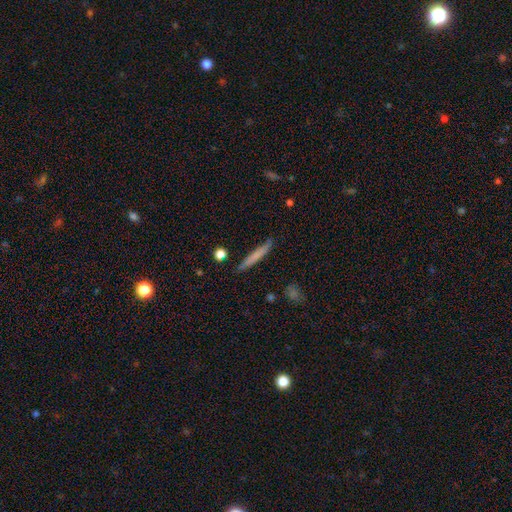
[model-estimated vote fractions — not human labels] smooth_or_featured: smooth (p=0.68) [alt: featured or disk p=0.25]
how_rounded: cigar-shaped (p=0.96) [alt: in between p=0.03]
merging: none (p=0.87) [alt: minor disturbance p=0.09]